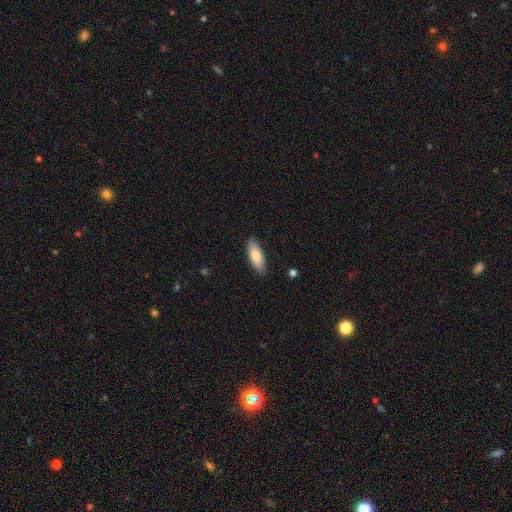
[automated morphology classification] The model was most divided on "how rounded": in between: 74%, cigar-shaped: 24%, round: 2%. More confident: merging — none (88%); smooth or featured — smooth (80%).